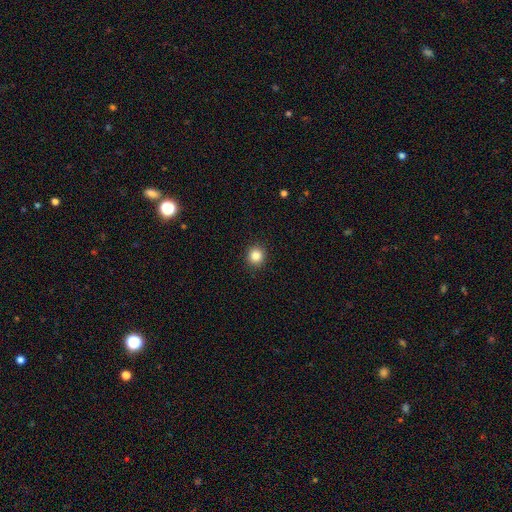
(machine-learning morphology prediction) This appears to be a smooth galaxy with no disk features (85%) that is round (92%). Merging: none (92%).